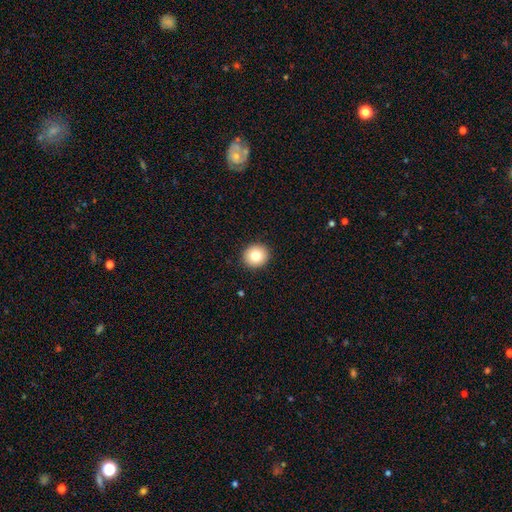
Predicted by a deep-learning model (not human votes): Overall: smooth (80%). How rounded: round (87%). Merging: none (92%).